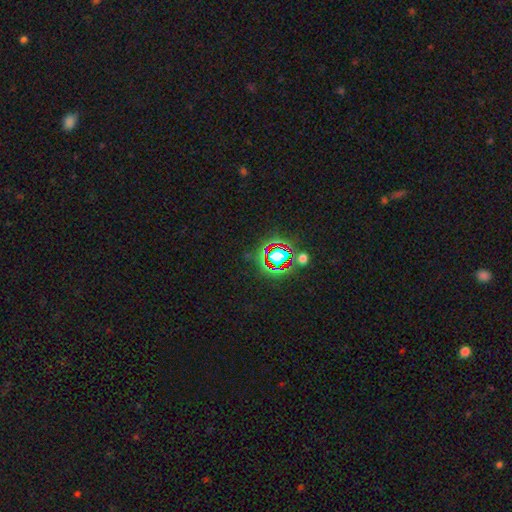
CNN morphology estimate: Overall: star or artifact (79%).